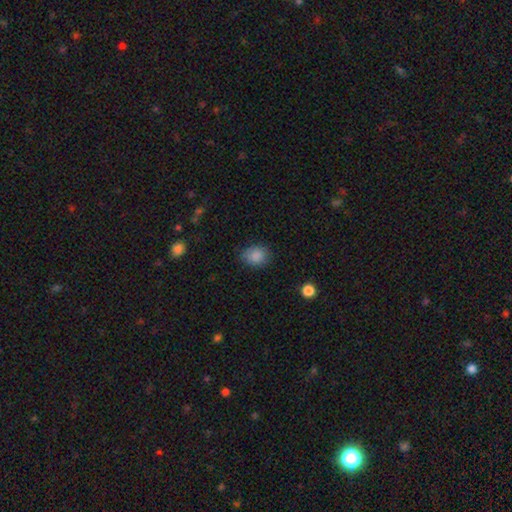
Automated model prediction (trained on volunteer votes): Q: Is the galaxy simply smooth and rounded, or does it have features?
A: smooth — 86%.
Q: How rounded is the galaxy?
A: round — 54%.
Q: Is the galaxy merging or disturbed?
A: none — 76%.